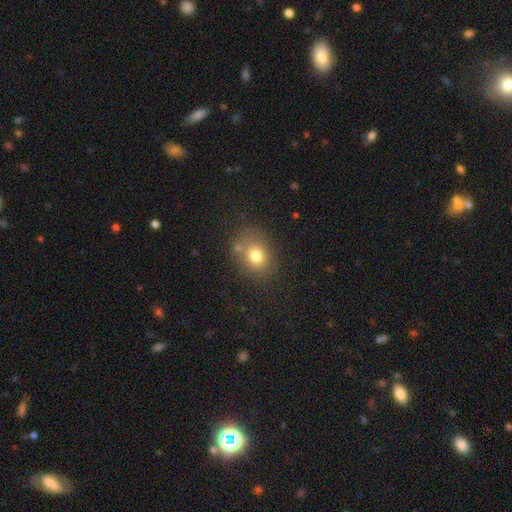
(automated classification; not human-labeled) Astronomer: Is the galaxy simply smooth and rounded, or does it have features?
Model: smooth — 75%.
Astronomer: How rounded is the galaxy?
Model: round — 54% (runner-up: in between, 45%).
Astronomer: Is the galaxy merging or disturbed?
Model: none — 71%.